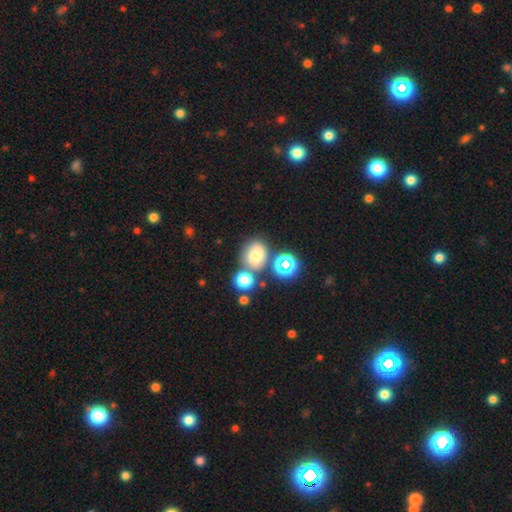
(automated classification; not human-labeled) smooth-or-featured: smooth: 60% | star or artifact: 20% | featured or disk: 19%
  how-rounded: round: 56% | in between: 43% | cigar-shaped: 1%
  merging: none: 50% | merger: 29% | minor disturbance: 15% | major disturbance: 7%